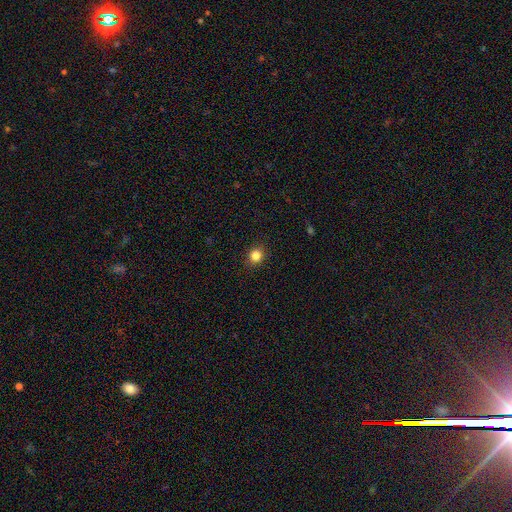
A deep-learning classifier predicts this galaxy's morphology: A smooth galaxy with no disk features (83%) that is round (80%).

Vote fractions:
- Smooth or featured? smooth: 83% / star or artifact: 12% / featured or disk: 5%
- How rounded? round: 80% / in between: 19% / cigar-shaped: 1%
- Merging? none: 90% / minor disturbance: 7% / major disturbance: 2% / merger: 1%